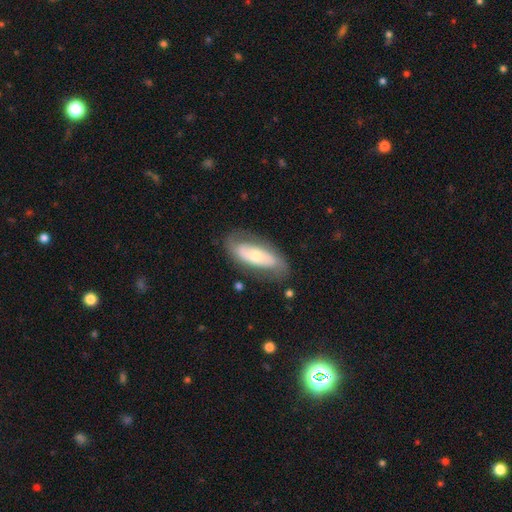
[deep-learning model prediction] smooth_or_featured: featured or disk (p=0.59) [alt: smooth p=0.36]
disk_edge_on: no (p=0.86) [alt: yes p=0.14]
bar: no (p=0.67) [alt: weak p=0.19]
has_spiral_arms: yes (p=0.64) [alt: no p=0.36]
bulge_size: moderate (p=0.50) [alt: small p=0.41]
merging: none (p=0.71) [alt: minor disturbance p=0.19]